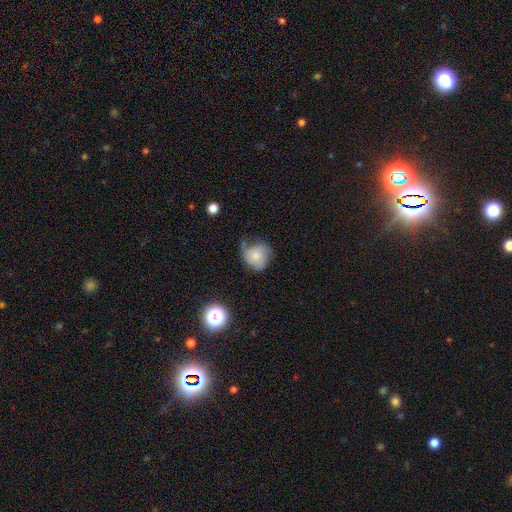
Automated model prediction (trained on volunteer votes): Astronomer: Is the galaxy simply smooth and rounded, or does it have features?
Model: smooth — 53% (runner-up: featured or disk, 38%).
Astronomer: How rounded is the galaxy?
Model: round — 79%.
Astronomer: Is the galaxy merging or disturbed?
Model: none — 46% (runner-up: minor disturbance, 33%).